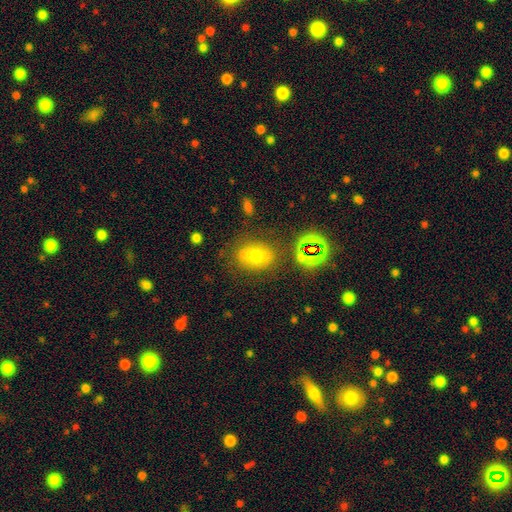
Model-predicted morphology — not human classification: A smooth galaxy with no disk features (54%) that is in between round and cigar-shaped (70%).

Vote fractions:
- Smooth or featured? smooth: 54% / star or artifact: 24% / featured or disk: 23%
- How rounded? in between: 70% / round: 28% / cigar-shaped: 3%
- Merging? none: 72% / minor disturbance: 16% / major disturbance: 6% / merger: 6%